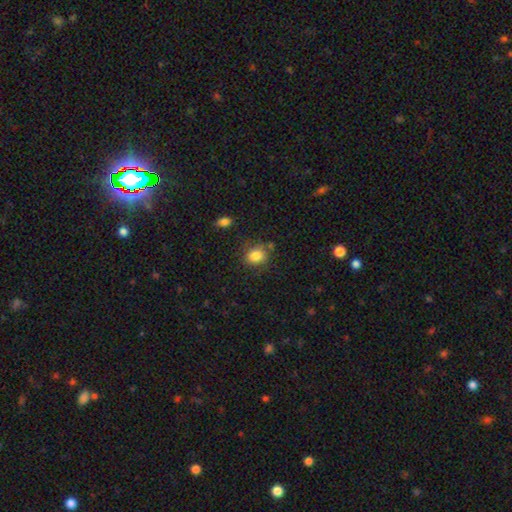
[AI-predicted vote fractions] Smooth or featured?
  - smooth: 84% *
  - star or artifact: 10%
  - featured or disk: 6%
How rounded?
  - round: 62% *
  - in between: 37%
  - cigar-shaped: 1%
Merging?
  - none: 73% *
  - minor disturbance: 17%
  - major disturbance: 5%
  - merger: 5%